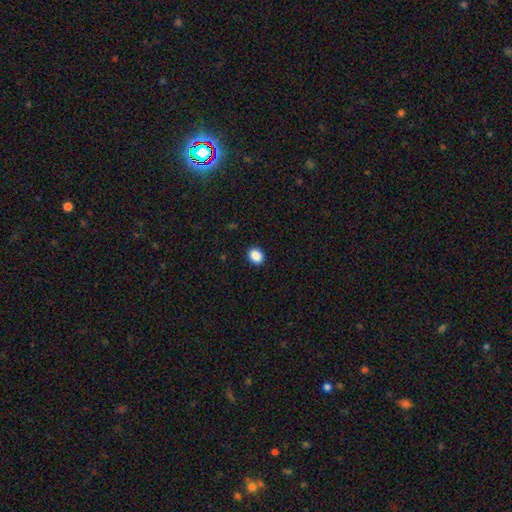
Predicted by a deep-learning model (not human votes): Smooth or featured: smooth — 88% (star or artifact — 9%)
How rounded: round — 55% (in between — 44%)
Merging: none — 91% (minor disturbance — 7%)